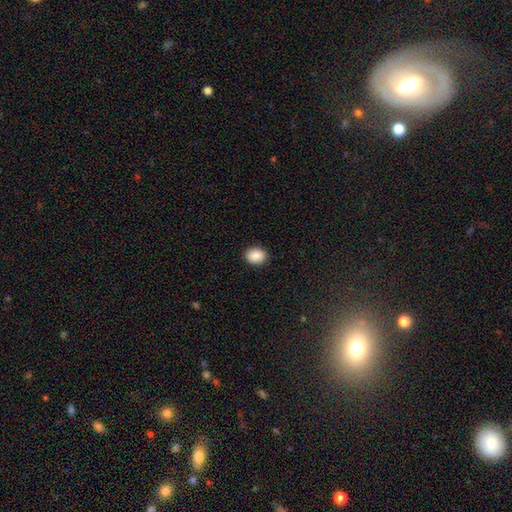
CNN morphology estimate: Smooth or featured?
  - smooth: 89% *
  - star or artifact: 8%
  - featured or disk: 3%
How rounded?
  - in between: 58% *
  - round: 41%
  - cigar-shaped: 1%
Merging?
  - none: 90% *
  - minor disturbance: 7%
  - major disturbance: 2%
  - merger: 1%